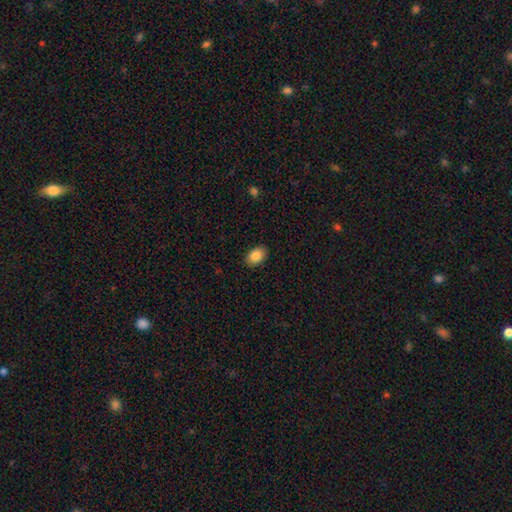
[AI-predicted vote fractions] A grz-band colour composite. It shows a smooth galaxy with no disk features (86%) that is in between round and cigar-shaped (84%). Merging: none (89%).